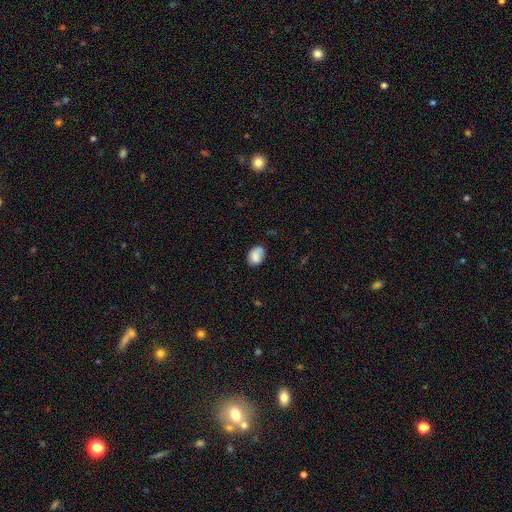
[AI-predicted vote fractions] A smooth galaxy with no disk features (82%) that is in between round and cigar-shaped (72%). Merging: none (63%).